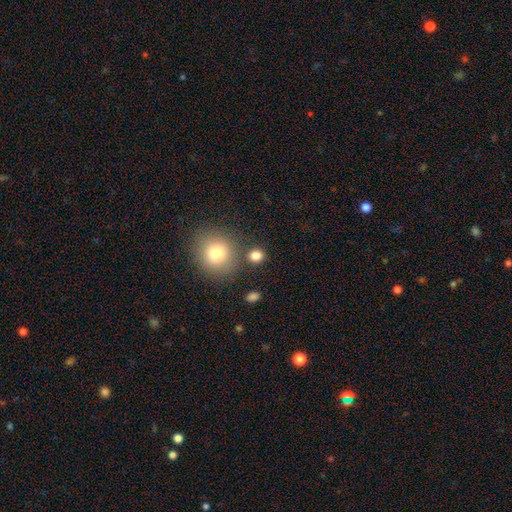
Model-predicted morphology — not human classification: Smooth or featured: smooth — 83% (star or artifact — 12%)
How rounded: round — 82% (in between — 17%)
Merging: none — 78% (merger — 9%)